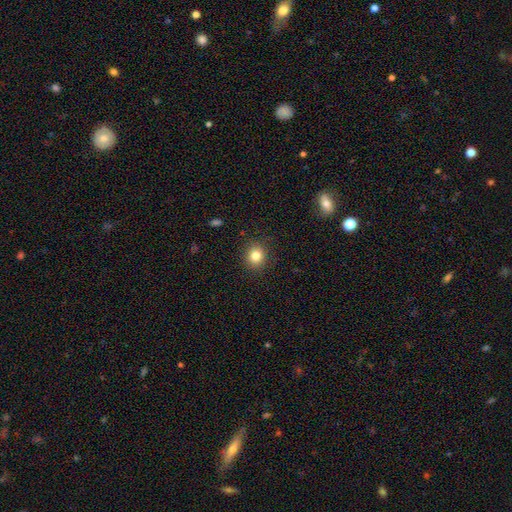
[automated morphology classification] Smooth or featured? Predicted: smooth (p=0.83). How rounded? Predicted: round (p=0.80). Merging? Predicted: none (p=0.90).